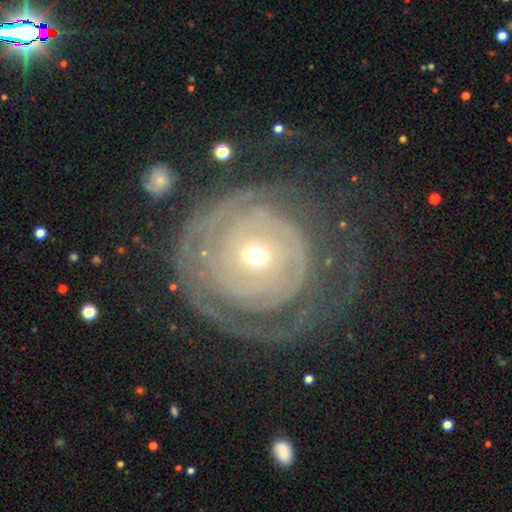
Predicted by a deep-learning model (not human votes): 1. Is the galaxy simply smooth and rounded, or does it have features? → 80% featured or disk, 13% smooth, 7% star or artifact.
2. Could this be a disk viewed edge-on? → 96% no, 4% yes.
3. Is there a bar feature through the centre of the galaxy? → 65% no, 25% weak, 10% strong.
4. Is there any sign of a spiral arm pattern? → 84% yes, 16% no.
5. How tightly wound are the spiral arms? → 79% tight, 14% medium, 7% loose.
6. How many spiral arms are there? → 46% can't tell, 19% 2, 11% 1, 10% 3, 7% 4, 7% more than 4.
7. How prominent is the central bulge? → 56% small, 39% moderate, 3% large, 1% dominant, 1% none.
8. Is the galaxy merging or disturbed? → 59% none, 23% major disturbance, 16% minor disturbance, 2% merger.